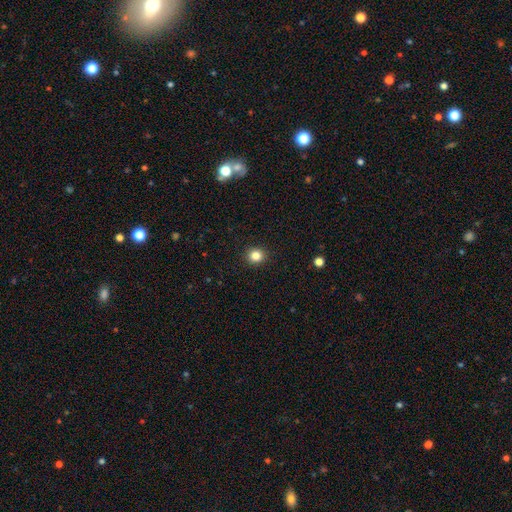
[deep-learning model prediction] This appears to be a smooth galaxy with no disk features (84%) that is round (88%). Merging: none (93%).